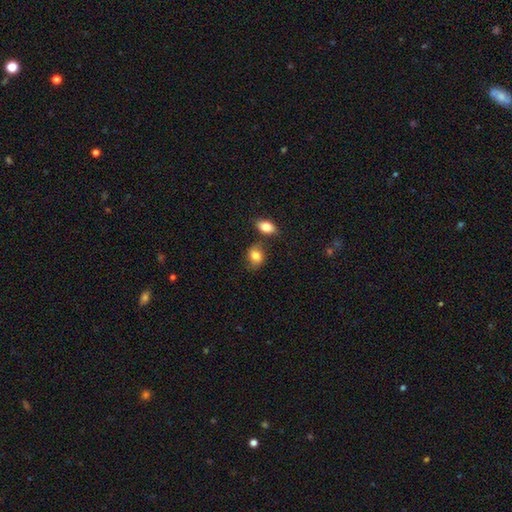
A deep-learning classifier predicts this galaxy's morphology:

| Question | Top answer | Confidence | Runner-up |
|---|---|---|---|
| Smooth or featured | smooth | 82% | featured or disk (10%) |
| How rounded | in between | 57% | round (41%) |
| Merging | none | 65% | minor disturbance (17%) |